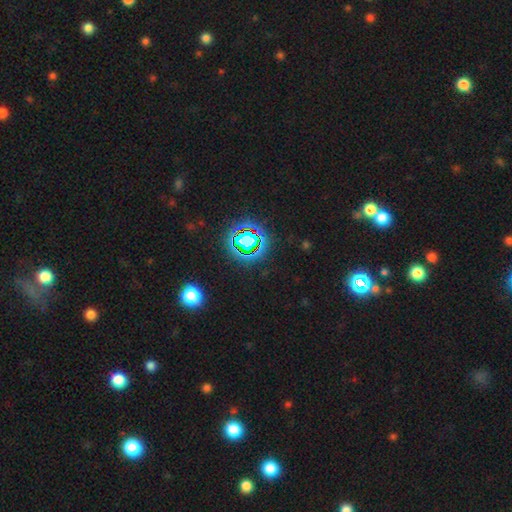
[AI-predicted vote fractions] This appears to be a star or artifact, not a galaxy (72%).